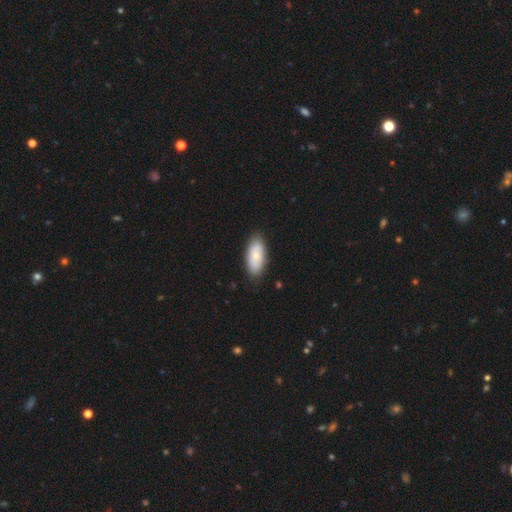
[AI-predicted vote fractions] Smooth or featured?
  - smooth: 75% *
  - featured or disk: 19%
  - star or artifact: 6%
How rounded?
  - in between: 91% *
  - cigar-shaped: 7%
  - round: 2%
Merging?
  - none: 85% *
  - minor disturbance: 12%
  - major disturbance: 2%
  - merger: 1%